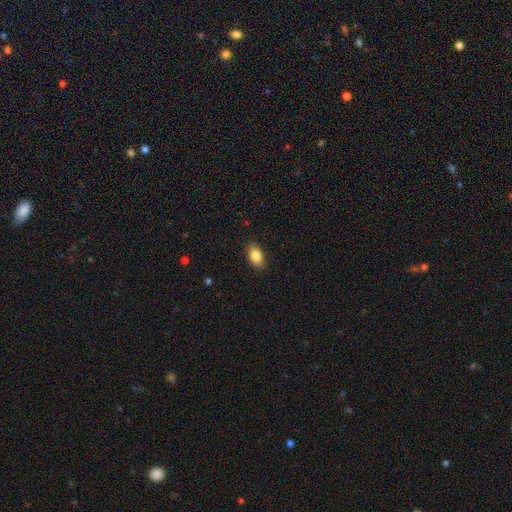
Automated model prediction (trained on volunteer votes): smooth-or-featured: smooth: 87% | star or artifact: 8% | featured or disk: 6%
  how-rounded: in between: 91% | round: 7% | cigar-shaped: 2%
  merging: none: 88% | minor disturbance: 8% | major disturbance: 2% | merger: 1%